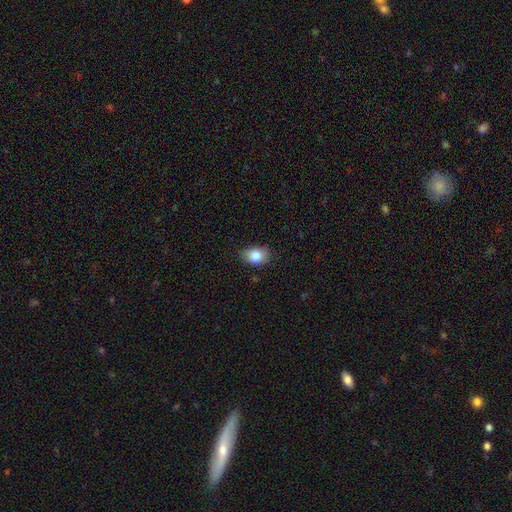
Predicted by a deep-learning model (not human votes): Smooth or featured? smooth (83%)
How rounded? in between (70%)
Merging? none (70%)